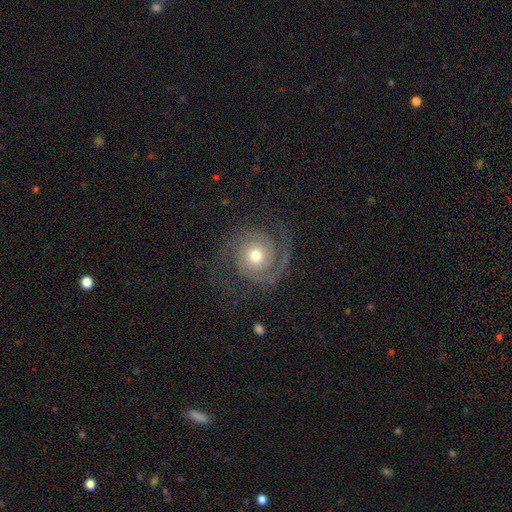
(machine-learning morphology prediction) This appears to be a featured or disk galaxy (89%) with no bar (78%), 2 (87%) tight (53%) spiral arms (98%) and a moderate central bulge (72%). Merging: none (79%).